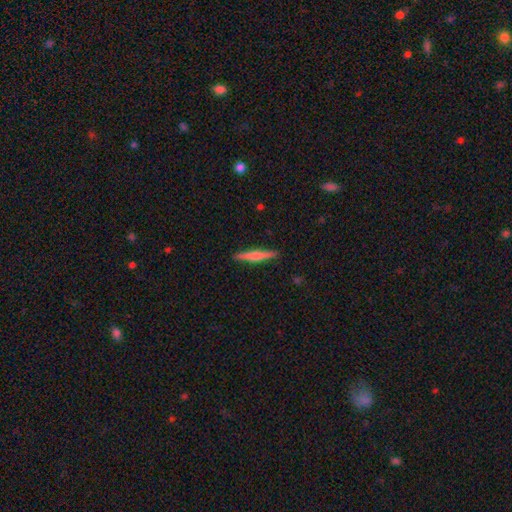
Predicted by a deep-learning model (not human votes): A smooth galaxy with no disk features (55%) that is cigar-shaped (93%). Merging: none (91%).